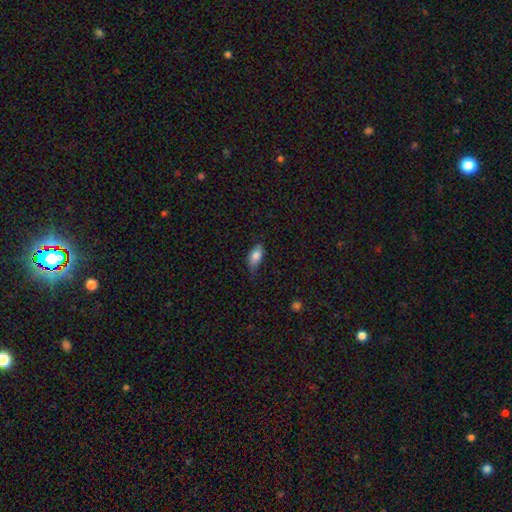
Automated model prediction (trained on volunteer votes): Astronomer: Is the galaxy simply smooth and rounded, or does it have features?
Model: smooth — 82%.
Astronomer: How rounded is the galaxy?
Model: in between — 89%.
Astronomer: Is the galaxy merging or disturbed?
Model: none — 59%.